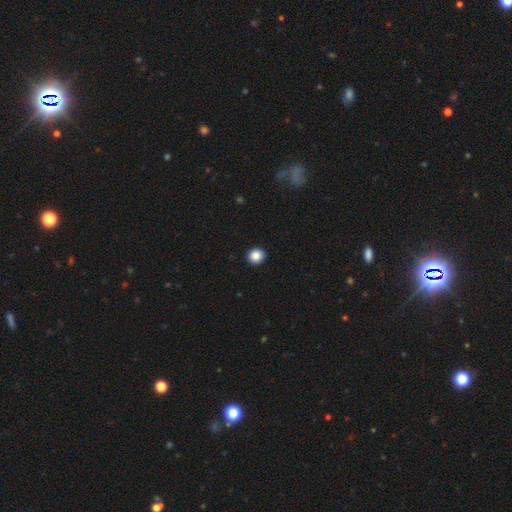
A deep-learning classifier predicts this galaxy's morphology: smooth_or_featured: smooth (p=0.87) [alt: star or artifact p=0.09]
how_rounded: round (p=0.89) [alt: in between p=0.10]
merging: none (p=0.93) [alt: minor disturbance p=0.05]